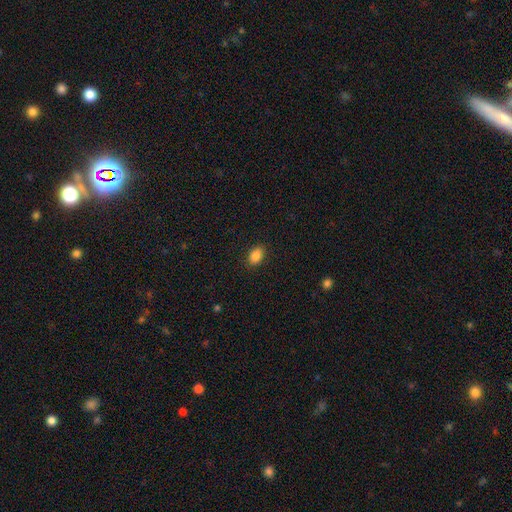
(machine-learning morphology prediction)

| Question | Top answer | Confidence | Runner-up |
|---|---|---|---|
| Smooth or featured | smooth | 86% | star or artifact (9%) |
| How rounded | in between | 86% | round (12%) |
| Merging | none | 89% | minor disturbance (8%) |